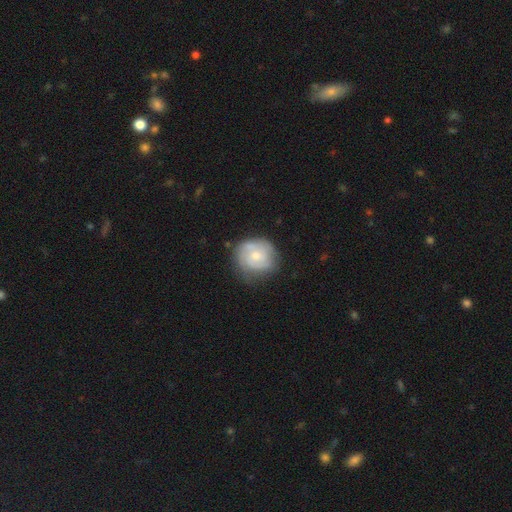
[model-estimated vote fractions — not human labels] Overall: featured or disk (58%; smooth 36%). Edge-on disk: no (98%). Bar: no (74%). Spiral arms: yes (82%). Bulge size: moderate (48%; small 45%). Merging: none (68%).